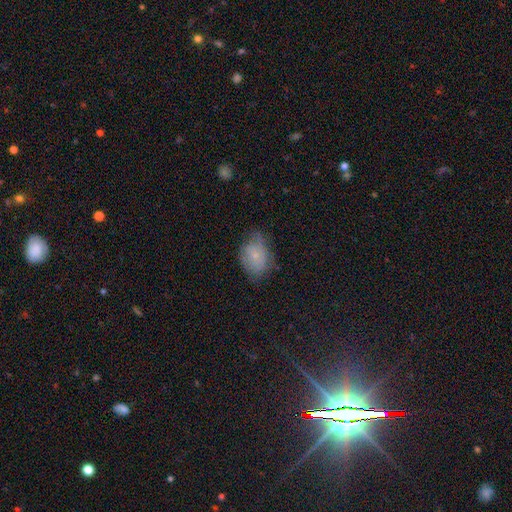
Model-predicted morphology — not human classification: The model was most divided on "merging": none: 54%, minor disturbance: 33%, major disturbance: 12%, merger: 2%. More confident: how rounded — in between (66%); smooth or featured — smooth (66%).